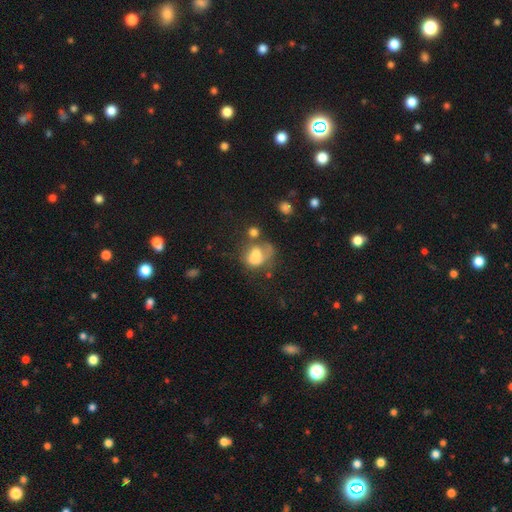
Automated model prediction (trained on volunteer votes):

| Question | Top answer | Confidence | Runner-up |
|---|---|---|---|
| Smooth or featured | smooth | 60% | featured or disk (29%) |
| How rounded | in between | 63% | round (36%) |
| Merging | major disturbance | 32% | none (27%) |